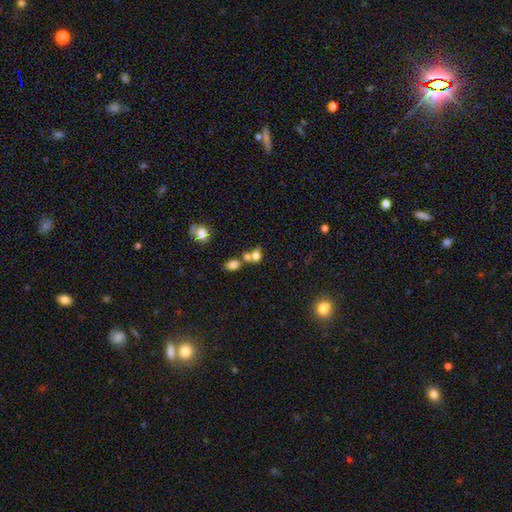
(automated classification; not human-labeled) Morphology: type=smooth (72%); roundness=in between (58%); merging=merger (48%).